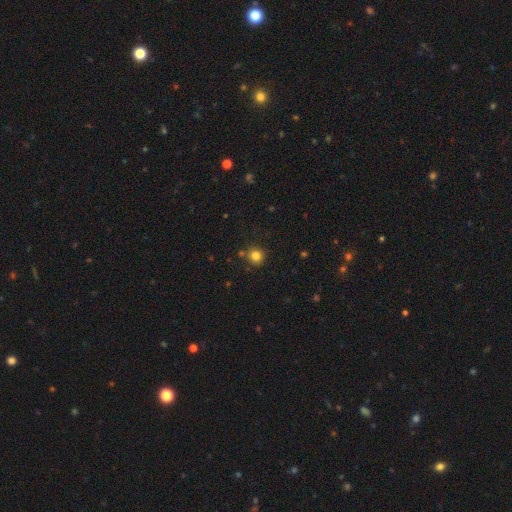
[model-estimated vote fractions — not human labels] Smooth or featured: smooth — 81% (star or artifact — 13%)
How rounded: round — 93% (in between — 6%)
Merging: none — 83% (minor disturbance — 9%)